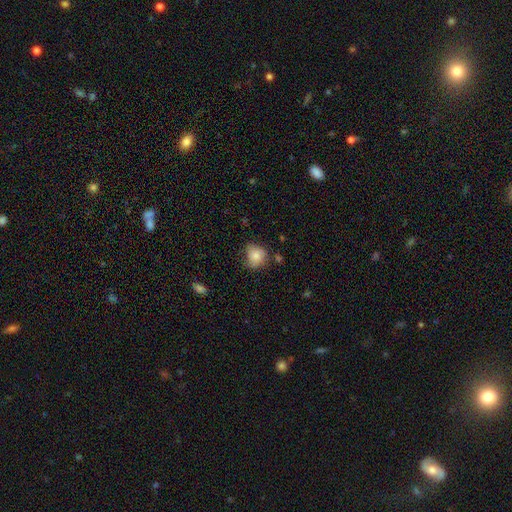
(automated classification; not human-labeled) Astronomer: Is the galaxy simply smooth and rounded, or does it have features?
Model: smooth — 80%.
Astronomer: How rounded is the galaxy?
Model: round — 71%.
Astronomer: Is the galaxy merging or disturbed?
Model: none — 54% (runner-up: minor disturbance, 33%).